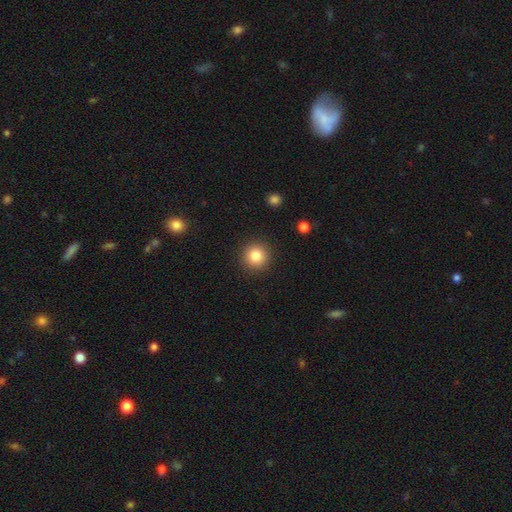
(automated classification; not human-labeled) Q: Smooth or featured?
A: smooth (83%); runner-up: star or artifact (11%)
Q: How rounded?
A: round (95%); runner-up: in between (5%)
Q: Merging?
A: none (90%); runner-up: minor disturbance (6%)